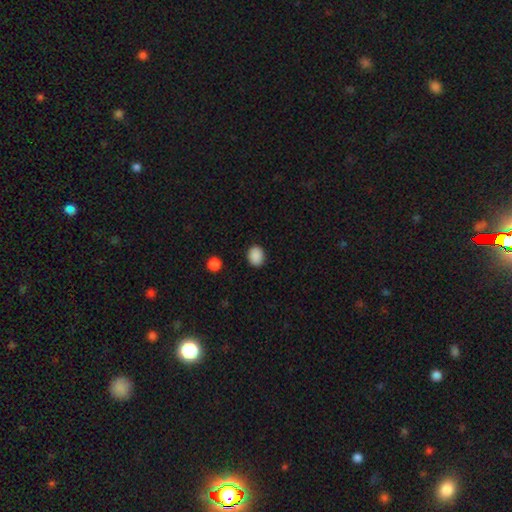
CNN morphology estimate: The model was most divided on "how rounded": in between: 50%, round: 49%, cigar-shaped: 1%. More confident: merging — none (89%); smooth or featured — smooth (89%).